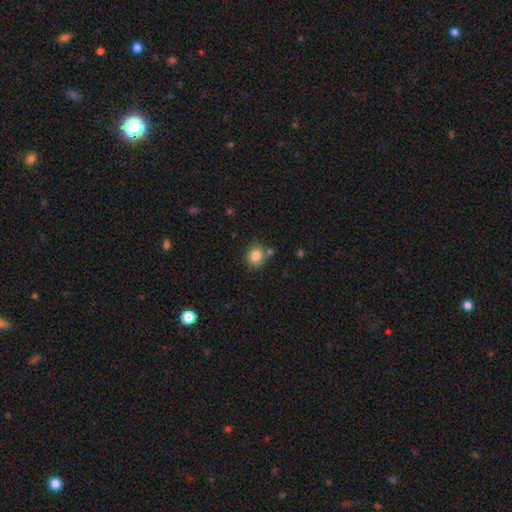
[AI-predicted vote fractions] smooth_or_featured: smooth (p=0.83) [alt: star or artifact p=0.10]
how_rounded: round (p=0.78) [alt: in between p=0.21]
merging: none (p=0.74) [alt: minor disturbance p=0.12]